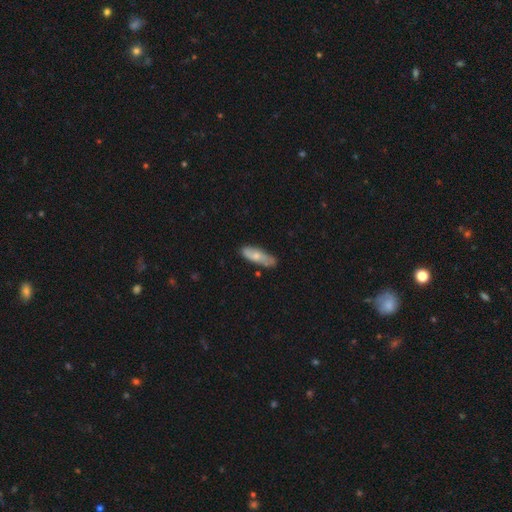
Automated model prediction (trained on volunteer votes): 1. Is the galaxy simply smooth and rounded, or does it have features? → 66% smooth, 28% featured or disk, 6% star or artifact.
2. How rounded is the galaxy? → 53% in between, 45% cigar-shaped, 2% round.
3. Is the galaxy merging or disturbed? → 64% none, 26% minor disturbance, 5% major disturbance, 5% merger.